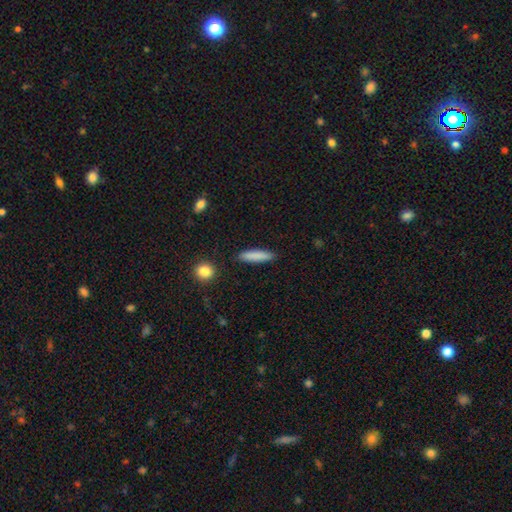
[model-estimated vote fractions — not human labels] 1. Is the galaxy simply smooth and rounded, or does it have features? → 85% smooth, 8% featured or disk, 6% star or artifact.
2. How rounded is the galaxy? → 80% cigar-shaped, 18% in between, 2% round.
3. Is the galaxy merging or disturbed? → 89% none, 8% minor disturbance, 2% major disturbance, 2% merger.